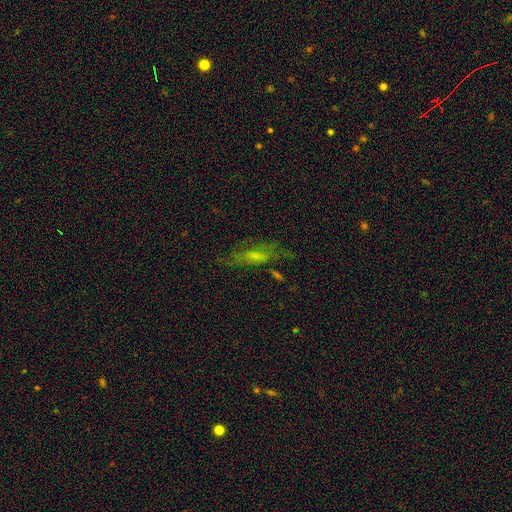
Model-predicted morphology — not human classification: Smooth or featured?
  - featured or disk: 45% *
  - smooth: 39%
  - star or artifact: 17%
Merging?
  - none: 58% *
  - minor disturbance: 22%
  - major disturbance: 17%
  - merger: 4%